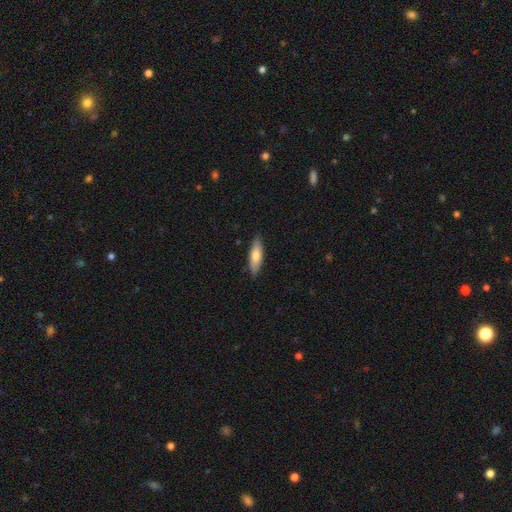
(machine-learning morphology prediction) Smooth or featured?
  - smooth: 67% *
  - featured or disk: 27%
  - star or artifact: 6%
How rounded?
  - cigar-shaped: 52% *
  - in between: 46%
  - round: 2%
Merging?
  - none: 86% *
  - minor disturbance: 11%
  - major disturbance: 2%
  - merger: 1%